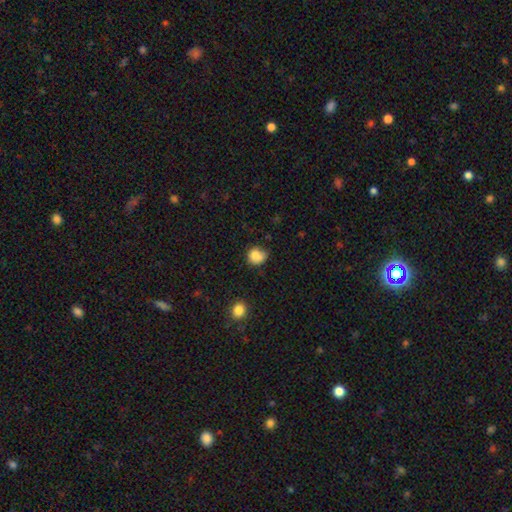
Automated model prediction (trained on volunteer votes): Morphology: type=smooth (81%); roundness=round (74%); merging=none (51%).